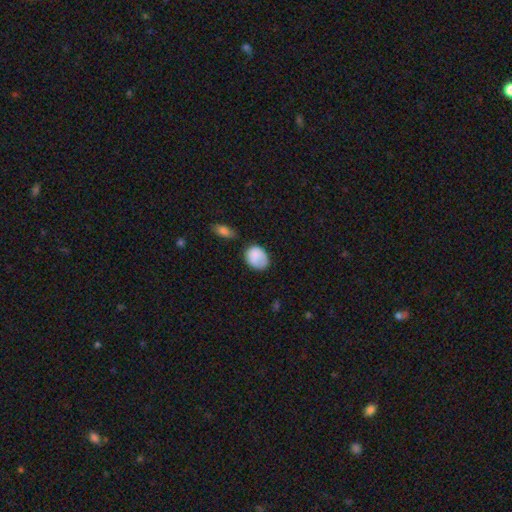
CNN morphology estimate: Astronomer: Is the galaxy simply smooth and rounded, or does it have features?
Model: smooth — 83%.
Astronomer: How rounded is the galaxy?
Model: in between — 56% (runner-up: round, 43%).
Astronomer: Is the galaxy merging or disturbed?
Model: none — 57%.